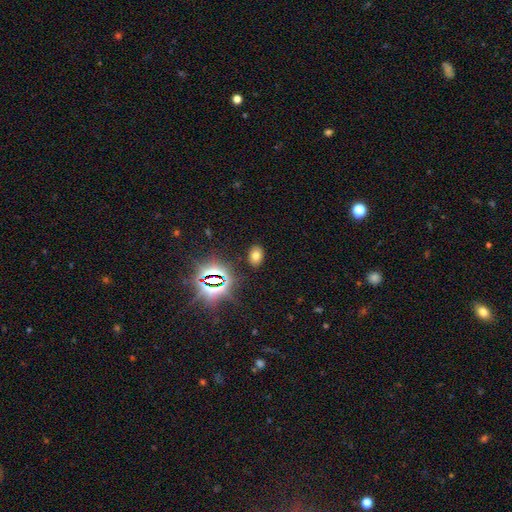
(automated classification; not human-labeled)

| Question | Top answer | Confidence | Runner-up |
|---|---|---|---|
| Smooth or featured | smooth | 66% | star or artifact (26%) |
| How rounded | in between | 76% | round (22%) |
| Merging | none | 87% | minor disturbance (8%) |